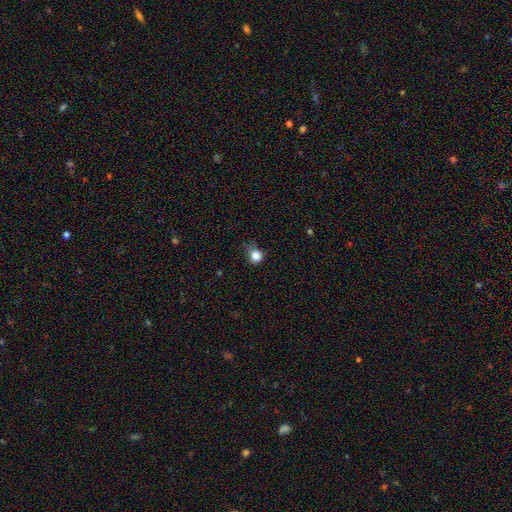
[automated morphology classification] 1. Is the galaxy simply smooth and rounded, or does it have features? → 83% smooth, 12% star or artifact, 5% featured or disk.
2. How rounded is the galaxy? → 80% round, 19% in between, 1% cigar-shaped.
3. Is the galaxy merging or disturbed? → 59% none, 30% minor disturbance, 10% major disturbance, 2% merger.